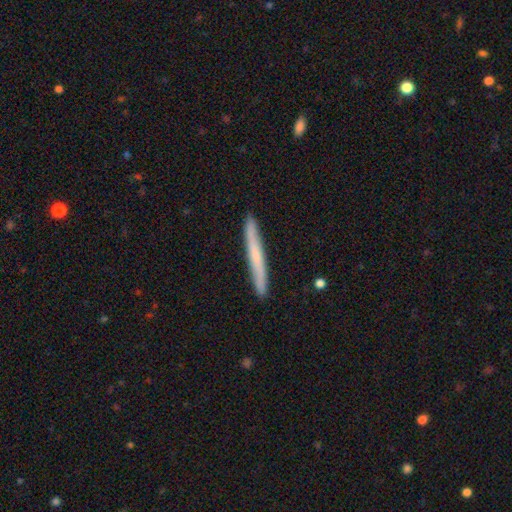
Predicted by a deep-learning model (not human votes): Q: Smooth or featured?
A: smooth (55%); runner-up: featured or disk (39%)
Q: How rounded?
A: cigar-shaped (97%); runner-up: in between (2%)
Q: Merging?
A: none (91%); runner-up: minor disturbance (6%)